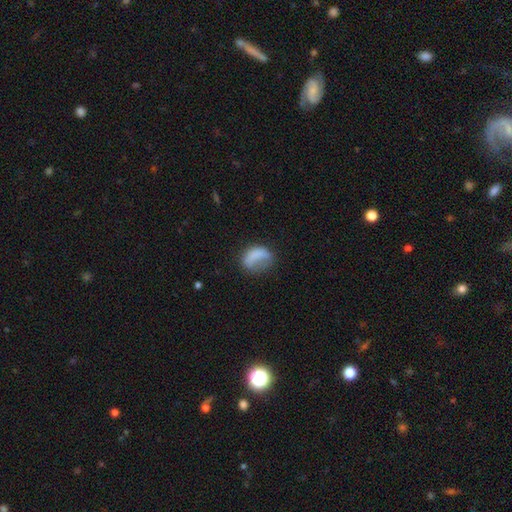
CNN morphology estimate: type=smooth (70%); roundness=in between (69%); merging=major disturbance (38%).